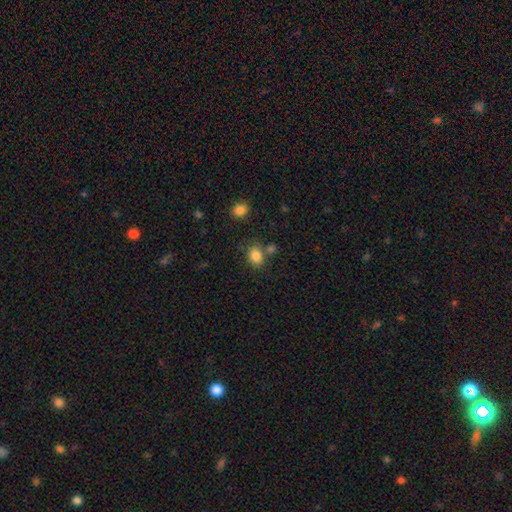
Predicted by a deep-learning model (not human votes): This is clearly a smooth galaxy (84%). How rounded: possibly in between (57%). Merging: likely none (65%).